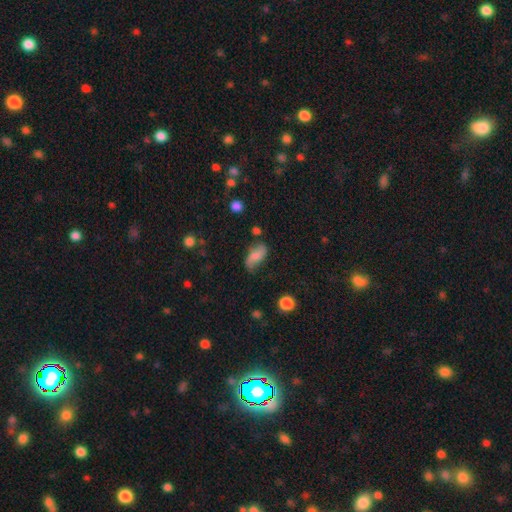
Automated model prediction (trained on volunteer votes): A smooth galaxy with no disk features (55%) that is in between round and cigar-shaped (88%). Merging: none (56%).